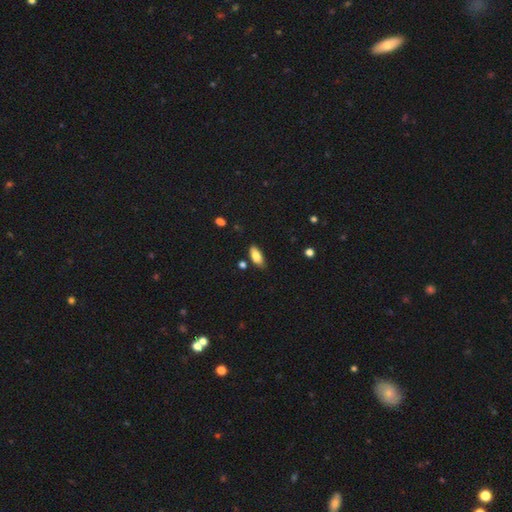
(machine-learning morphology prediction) The model was most divided on "merging": none: 74%, minor disturbance: 19%, merger: 3%, major disturbance: 3%. More confident: how rounded — in between (85%); smooth or featured — smooth (81%).